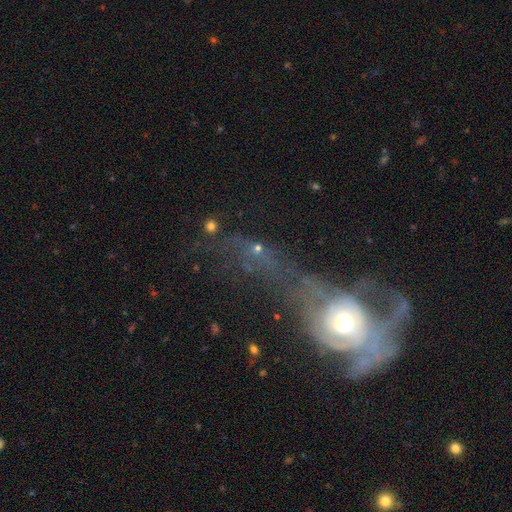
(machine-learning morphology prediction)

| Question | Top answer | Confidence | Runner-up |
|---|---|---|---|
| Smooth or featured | featured or disk | 57% | smooth (24%) |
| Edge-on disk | no | 87% | yes (13%) |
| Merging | major disturbance | 47% | merger (24%) |